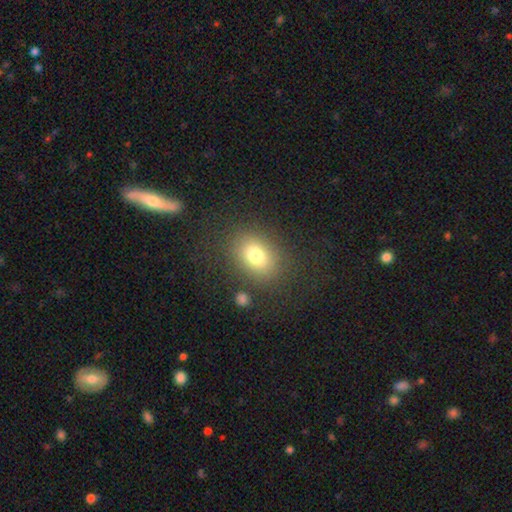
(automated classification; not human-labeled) This appears to be a smooth galaxy with no disk features (76%) that is in between round and cigar-shaped (58%). Merging: none (82%).